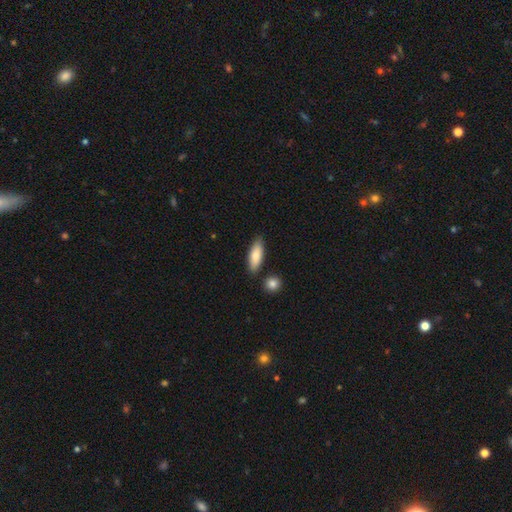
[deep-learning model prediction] smooth_or_featured: smooth (p=0.83) [alt: featured or disk p=0.12]
how_rounded: in between (p=0.63) [alt: cigar-shaped p=0.34]
merging: none (p=0.82) [alt: minor disturbance p=0.11]